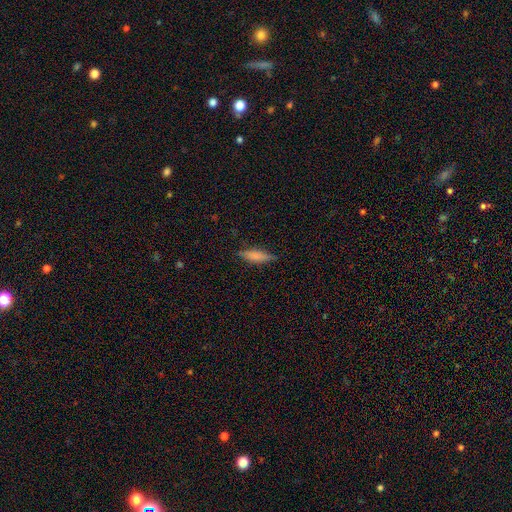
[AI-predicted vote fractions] A smooth galaxy with no disk features (67%) that is cigar-shaped (65%). Merging: none (81%).